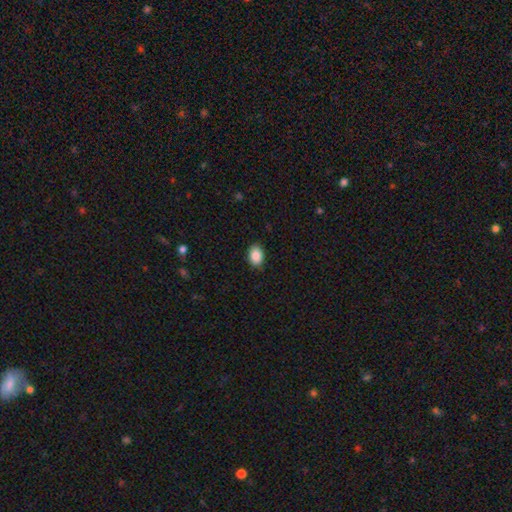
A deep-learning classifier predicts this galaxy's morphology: type=smooth (88%); roundness=in between (81%); merging=none (87%).